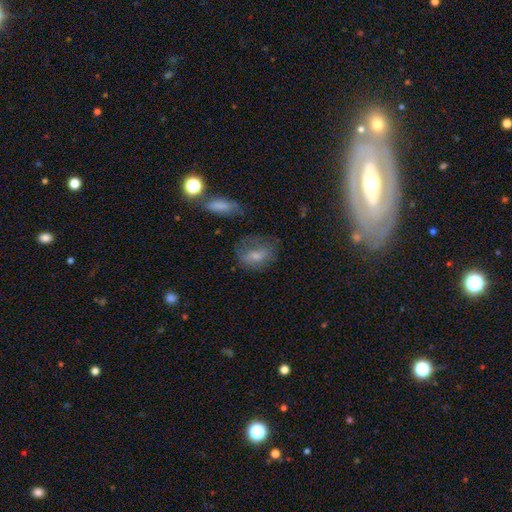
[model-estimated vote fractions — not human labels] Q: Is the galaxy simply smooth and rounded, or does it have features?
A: smooth — 47%.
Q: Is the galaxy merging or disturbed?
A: none — 57%.